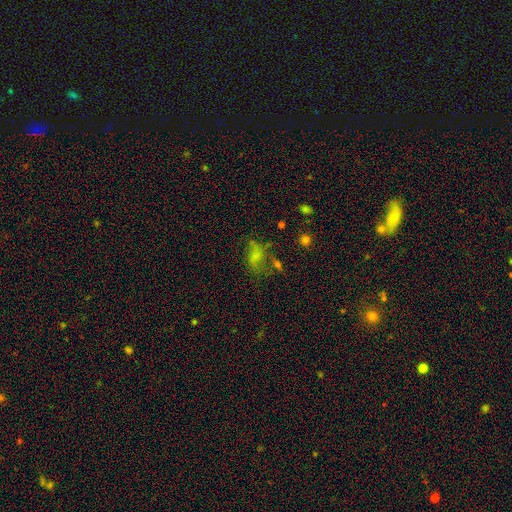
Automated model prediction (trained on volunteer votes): This appears to be a smooth galaxy with no disk features (40%). Merging: none (44%).